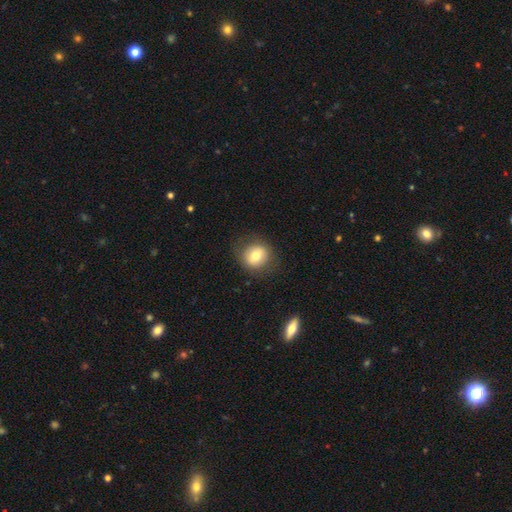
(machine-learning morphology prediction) A smooth galaxy with no disk features (75%) that is round (80%). Merging: none (83%).